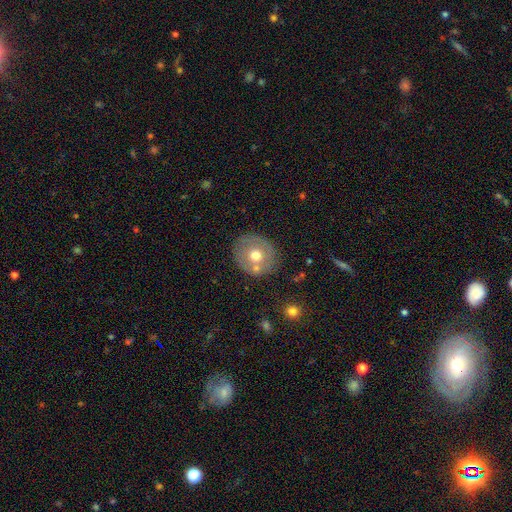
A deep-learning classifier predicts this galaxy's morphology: smooth 59%, featured or disk 33%, star or artifact 8%. Down the decision tree: how rounded — round (79%); merging — none (73%).